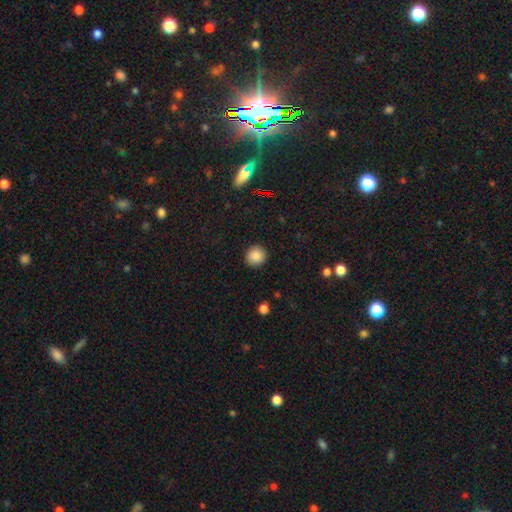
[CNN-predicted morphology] A smooth galaxy with no disk features (87%) that is round (92%). Merging: none (91%).